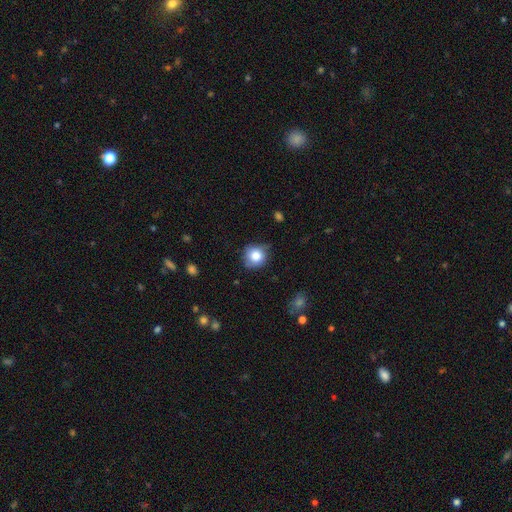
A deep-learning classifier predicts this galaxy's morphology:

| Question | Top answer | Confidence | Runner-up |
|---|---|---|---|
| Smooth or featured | smooth | 81% | featured or disk (10%) |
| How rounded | round | 88% | in between (11%) |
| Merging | none | 69% | minor disturbance (24%) |